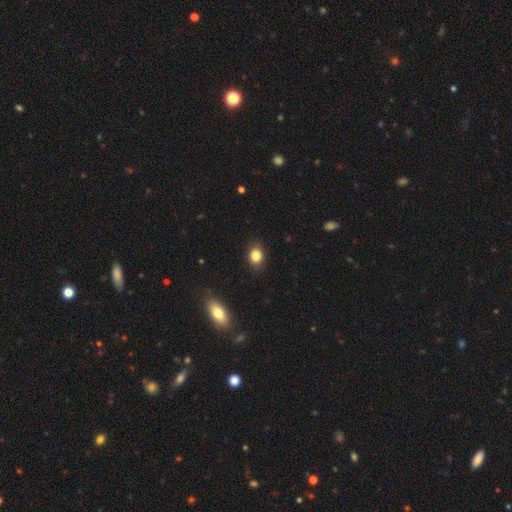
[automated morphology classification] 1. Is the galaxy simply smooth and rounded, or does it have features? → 84% smooth, 10% star or artifact, 6% featured or disk.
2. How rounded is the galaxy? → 56% in between, 42% round, 1% cigar-shaped.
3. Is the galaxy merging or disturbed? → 86% none, 10% minor disturbance, 2% major disturbance, 1% merger.